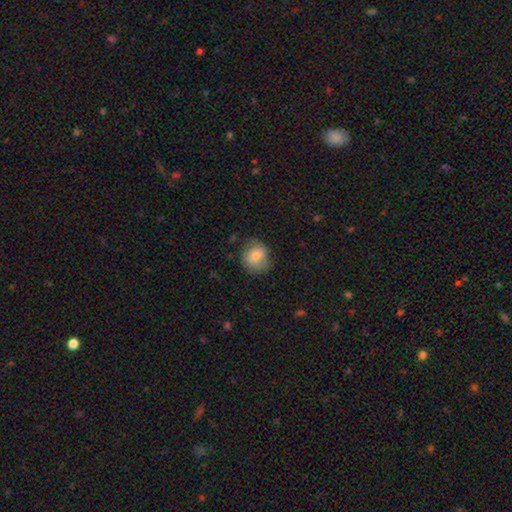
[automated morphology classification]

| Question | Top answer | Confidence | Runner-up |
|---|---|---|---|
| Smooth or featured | smooth | 76% | featured or disk (17%) |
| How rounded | round | 70% | in between (29%) |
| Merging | none | 71% | minor disturbance (21%) |